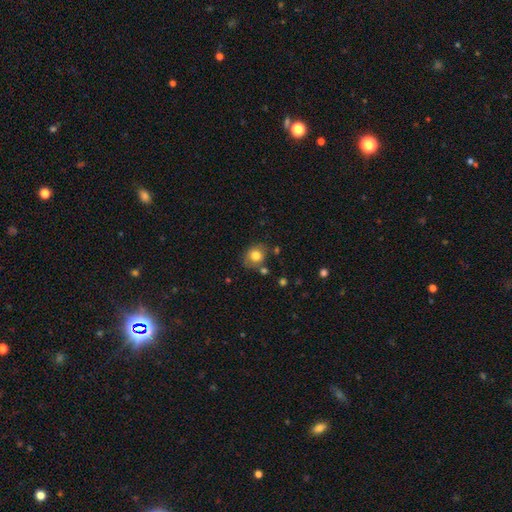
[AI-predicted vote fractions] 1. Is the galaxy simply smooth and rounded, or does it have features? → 78% smooth, 12% featured or disk, 10% star or artifact.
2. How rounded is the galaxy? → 71% round, 28% in between, 1% cigar-shaped.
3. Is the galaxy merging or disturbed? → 69% none, 17% minor disturbance, 9% merger, 5% major disturbance.